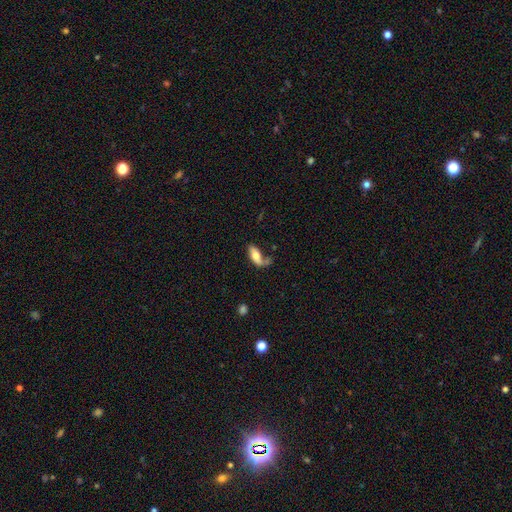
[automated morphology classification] A smooth galaxy with no disk features (67%) that is in between round and cigar-shaped (76%).

Vote fractions:
- Smooth or featured? smooth: 67% / featured or disk: 26% / star or artifact: 7%
- How rounded? in between: 76% / cigar-shaped: 21% / round: 3%
- Merging? none: 47% / minor disturbance: 21% / merger: 20% / major disturbance: 12%